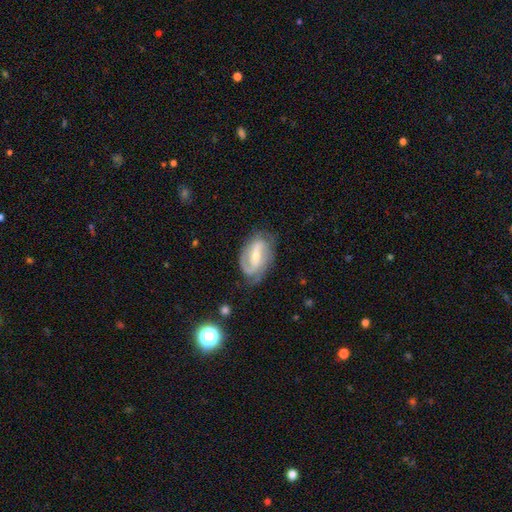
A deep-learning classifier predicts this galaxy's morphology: Smooth or featured: featured or disk — 83% (smooth — 12%)
Edge-on disk: no — 96% (yes — 4%)
Bar: weak — 42% (strong — 41%)
Spiral arms: yes — 95% (no — 5%)
Spiral winding: medium — 45% (tight — 32%)
Spiral arm count: 2 — 71% (3 — 10%)
Bulge size: small — 56% (moderate — 36%)
Merging: none — 69% (minor disturbance — 21%)